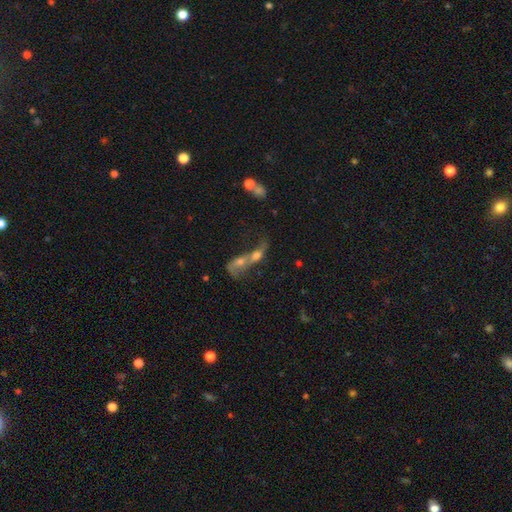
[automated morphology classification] This appears to be a smooth galaxy with no disk features (44%). Merging: merger (75%).